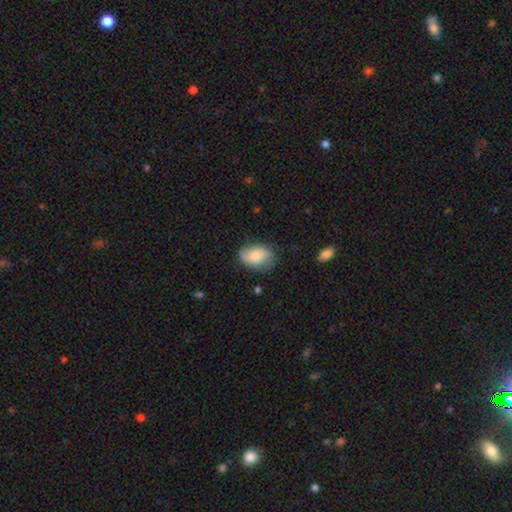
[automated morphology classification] Smooth or featured?
  - smooth: 72% *
  - featured or disk: 21%
  - star or artifact: 7%
How rounded?
  - in between: 85% *
  - round: 13%
  - cigar-shaped: 1%
Merging?
  - none: 65% *
  - minor disturbance: 26%
  - major disturbance: 7%
  - merger: 2%